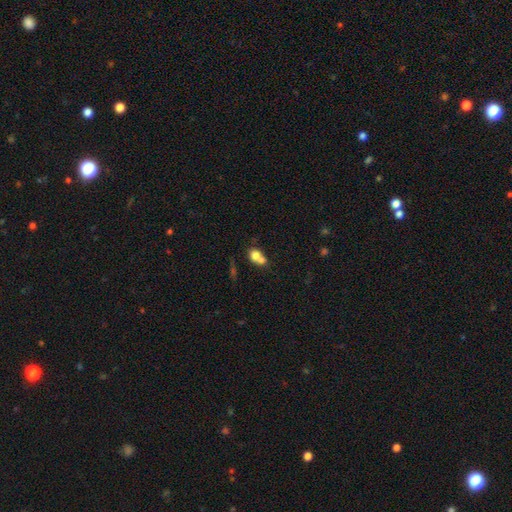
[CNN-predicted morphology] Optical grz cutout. It shows a smooth galaxy with no disk features (72%) that is round (53%). Merging: merger (61%).